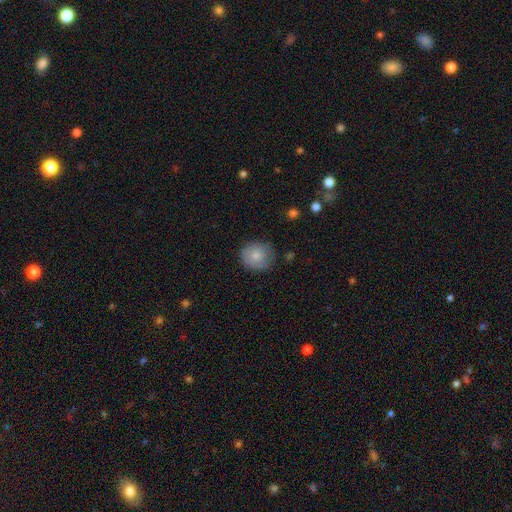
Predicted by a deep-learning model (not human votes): Overall: smooth (82%). How rounded: round (89%). Merging: none (76%).